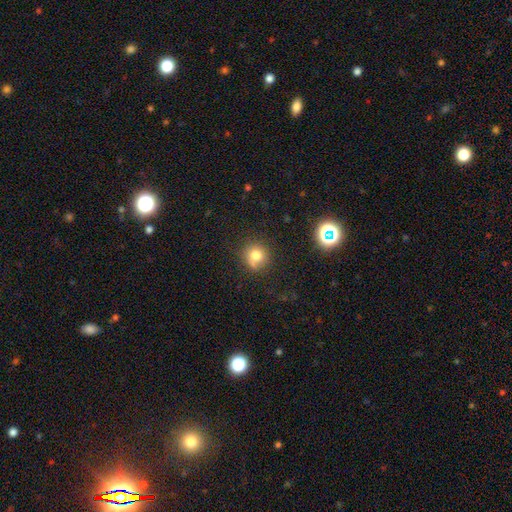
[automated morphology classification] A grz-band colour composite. It shows a smooth galaxy with no disk features (75%) that is round (90%). Merging: none (70%).